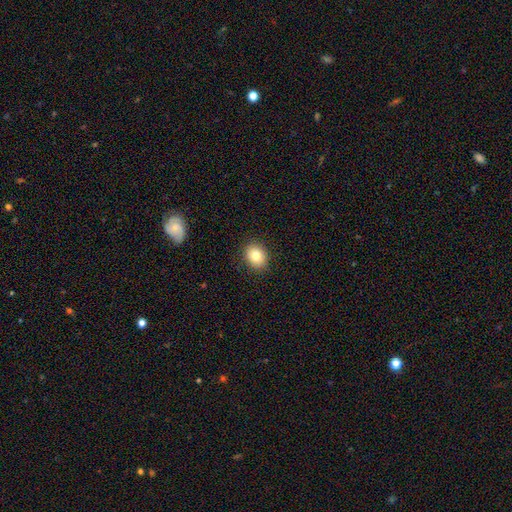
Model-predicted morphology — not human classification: Smooth or featured? Predicted: smooth (p=0.81). How rounded? Predicted: round (p=0.52). Merging? Predicted: none (p=0.89).